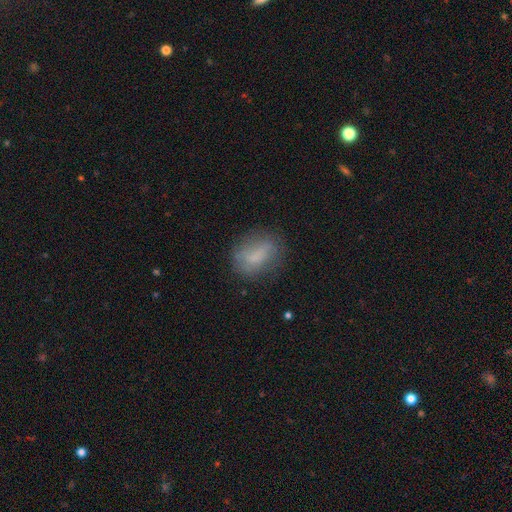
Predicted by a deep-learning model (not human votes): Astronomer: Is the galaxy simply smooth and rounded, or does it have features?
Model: smooth — 68%.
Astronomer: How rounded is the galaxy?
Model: in between — 71%.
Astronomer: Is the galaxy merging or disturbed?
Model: none — 66%.